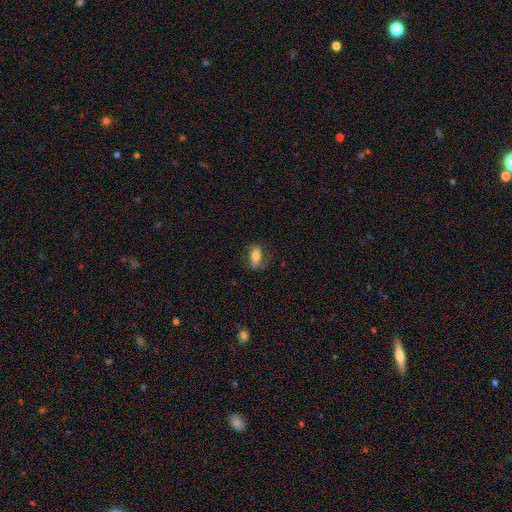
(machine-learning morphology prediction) A smooth galaxy with no disk features (71%) that is in between round and cigar-shaped (86%).

Vote fractions:
- Smooth or featured? smooth: 71% / featured or disk: 21% / star or artifact: 8%
- How rounded? in between: 86% / round: 8% / cigar-shaped: 6%
- Merging? none: 72% / minor disturbance: 19% / major disturbance: 7% / merger: 1%